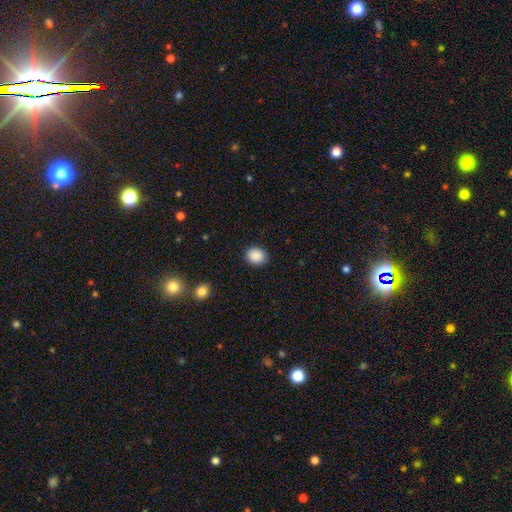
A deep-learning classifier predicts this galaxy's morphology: This is clearly a smooth galaxy (89%). How rounded: likely round (61%). Merging: clearly none (89%).